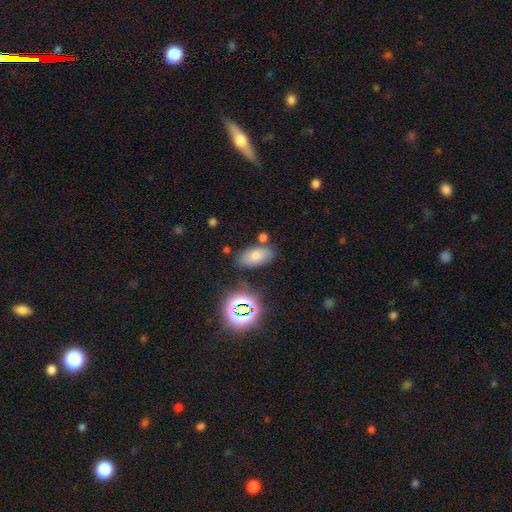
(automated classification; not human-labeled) Smooth or featured? smooth (64%)
How rounded? in between (87%)
Merging? none (78%)